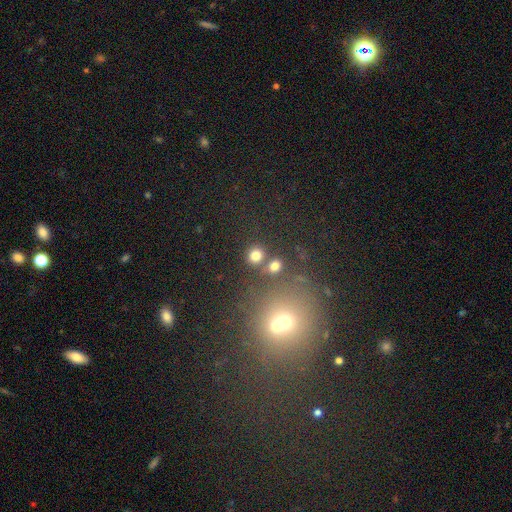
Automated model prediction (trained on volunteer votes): Q: Smooth or featured?
A: smooth (78%); runner-up: star or artifact (15%)
Q: How rounded?
A: round (82%); runner-up: in between (17%)
Q: Merging?
A: none (73%); runner-up: merger (15%)